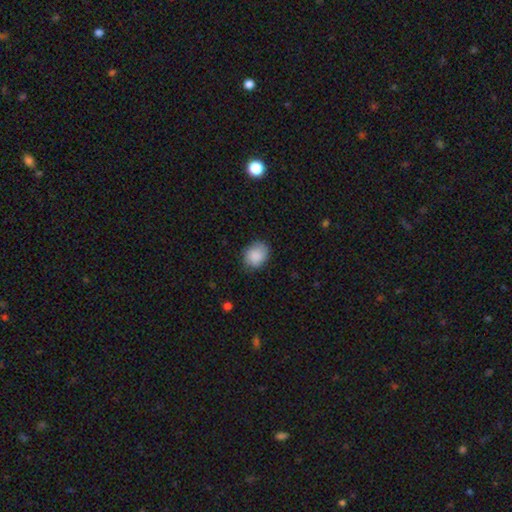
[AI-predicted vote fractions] smooth-or-featured: smooth: 87% | star or artifact: 7% | featured or disk: 6%
  how-rounded: in between: 51% | round: 49% | cigar-shaped: 1%
  merging: none: 77% | minor disturbance: 18% | major disturbance: 4% | merger: 1%